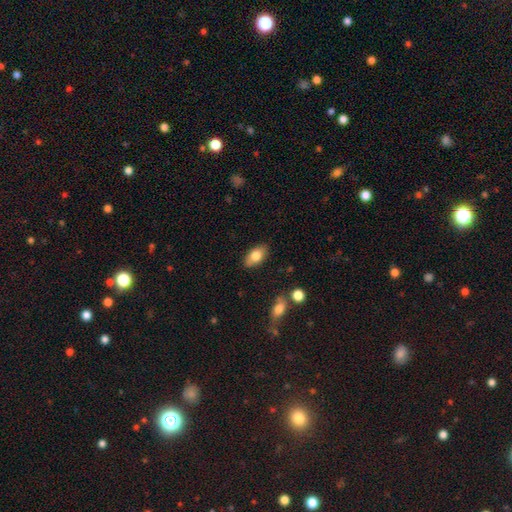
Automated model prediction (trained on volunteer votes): Overall: smooth (78%). How rounded: in between (91%). Merging: none (84%).